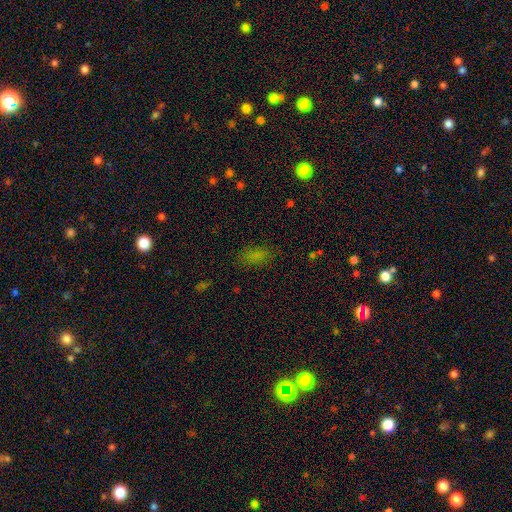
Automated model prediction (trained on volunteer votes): Morphology: type=smooth (75%); roundness=in between (87%); merging=none (78%).